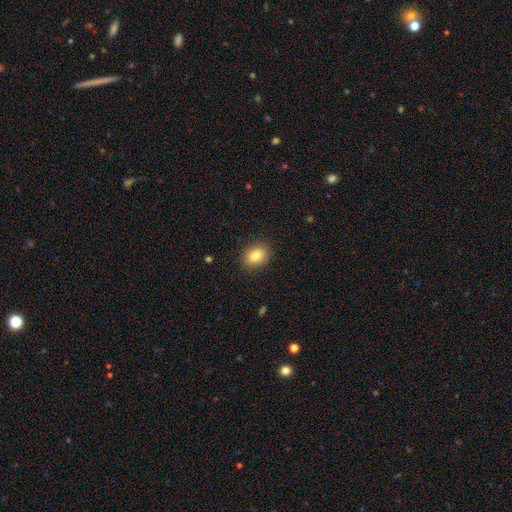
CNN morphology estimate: Smooth or featured: smooth — 83% (star or artifact — 9%)
How rounded: in between — 66% (round — 33%)
Merging: none — 88% (minor disturbance — 8%)